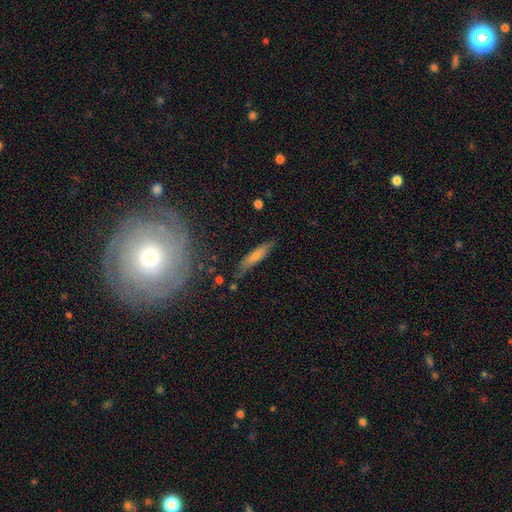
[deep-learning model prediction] Q: Smooth or featured?
A: smooth (66%); runner-up: featured or disk (26%)
Q: How rounded?
A: cigar-shaped (80%); runner-up: in between (18%)
Q: Merging?
A: none (76%); runner-up: minor disturbance (18%)